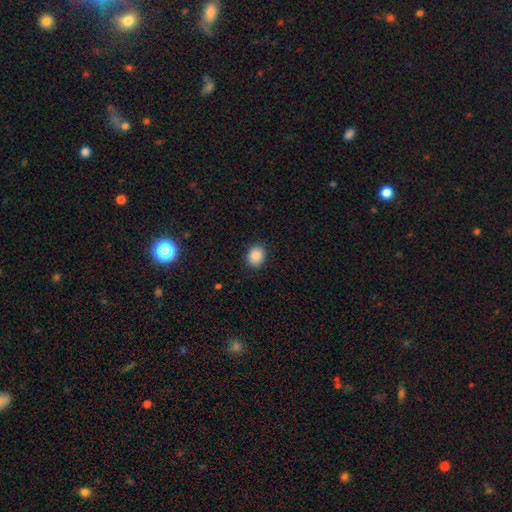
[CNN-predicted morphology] This appears to be a smooth galaxy with no disk features (88%) that is round (65%). Merging: none (89%).